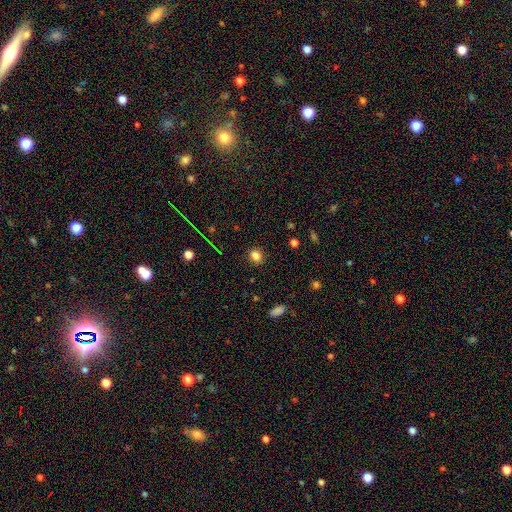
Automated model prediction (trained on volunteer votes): Q: Smooth or featured?
A: smooth (82%); runner-up: star or artifact (13%)
Q: How rounded?
A: round (66%); runner-up: in between (33%)
Q: Merging?
A: none (89%); runner-up: minor disturbance (8%)